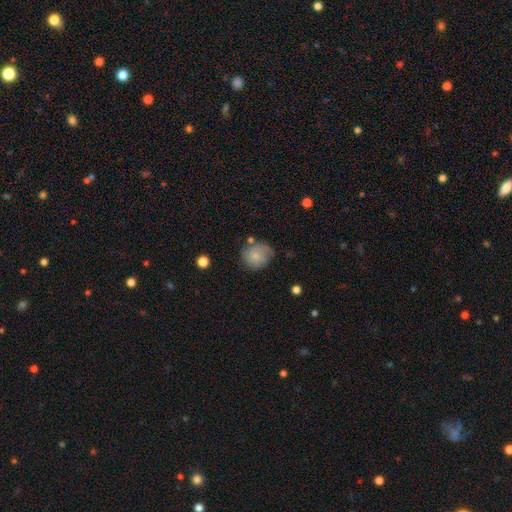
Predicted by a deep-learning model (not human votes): Smooth or featured?
  - smooth: 69% *
  - featured or disk: 23%
  - star or artifact: 8%
How rounded?
  - round: 79% *
  - in between: 20%
  - cigar-shaped: 1%
Merging?
  - none: 56% *
  - minor disturbance: 28%
  - major disturbance: 10%
  - merger: 6%